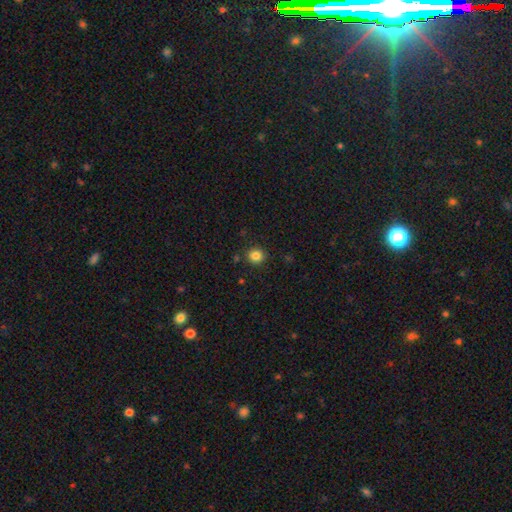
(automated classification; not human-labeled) Smooth or featured? Predicted: smooth (p=0.83). How rounded? Predicted: round (p=0.90). Merging? Predicted: none (p=0.90).